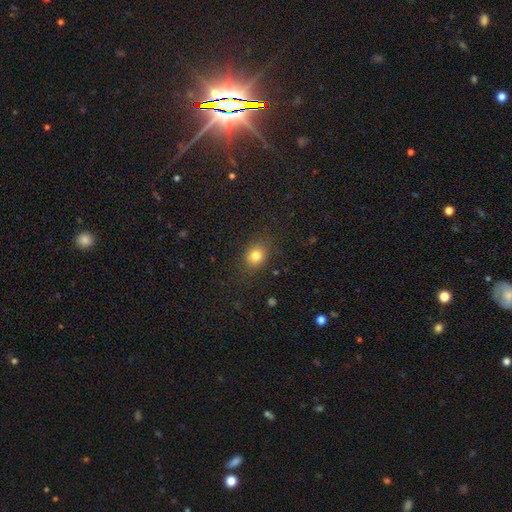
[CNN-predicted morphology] A smooth galaxy with no disk features (79%) that is round (63%).

Vote fractions:
- Smooth or featured? smooth: 79% / star or artifact: 13% / featured or disk: 8%
- How rounded? round: 63% / in between: 36% / cigar-shaped: 1%
- Merging? none: 82% / minor disturbance: 12% / major disturbance: 4% / merger: 1%